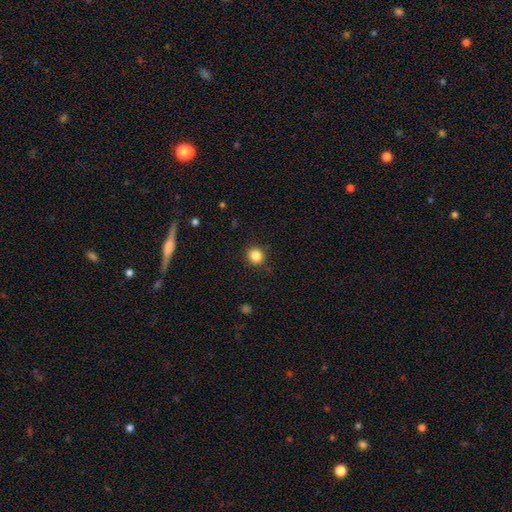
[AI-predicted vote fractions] Smooth or featured? Predicted: smooth (p=0.85). How rounded? Predicted: round (p=0.91). Merging? Predicted: none (p=0.90).